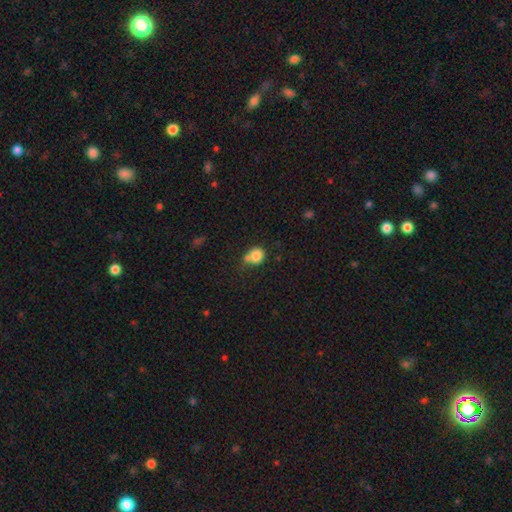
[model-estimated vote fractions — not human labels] Smooth or featured? Predicted: smooth (p=0.80). How rounded? Predicted: round (p=0.78). Merging? Predicted: none (p=0.44).